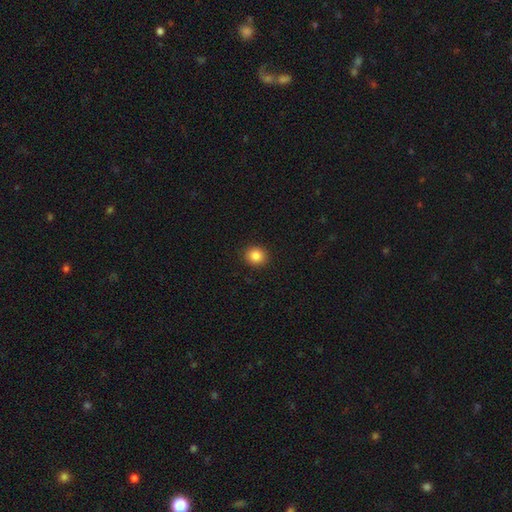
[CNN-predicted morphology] Smooth or featured? Predicted: smooth (p=0.86). How rounded? Predicted: round (p=0.85). Merging? Predicted: none (p=0.92).